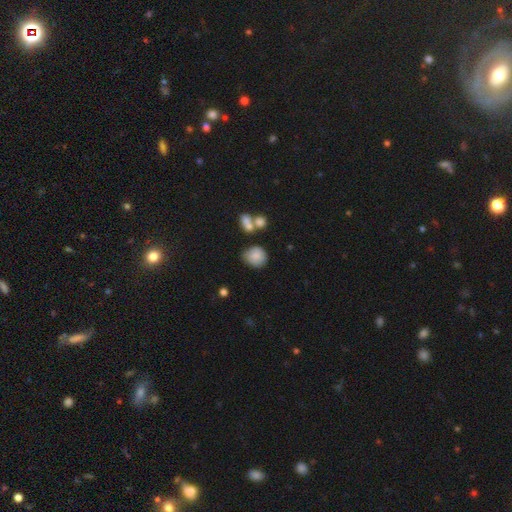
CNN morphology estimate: smooth-or-featured: smooth: 81% | featured or disk: 10% | star or artifact: 9%
  how-rounded: round: 74% | in between: 25% | cigar-shaped: 1%
  merging: none: 59% | minor disturbance: 20% | merger: 15% | major disturbance: 6%